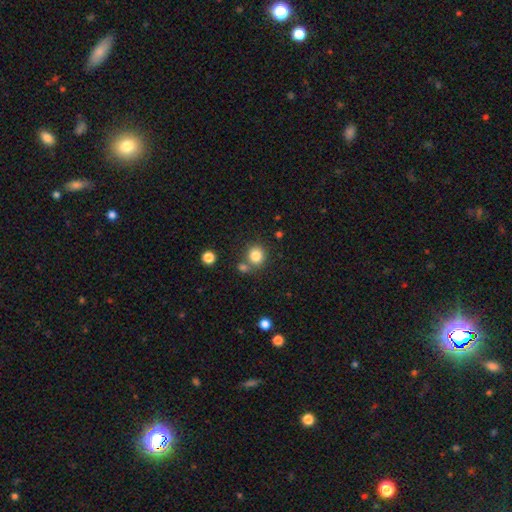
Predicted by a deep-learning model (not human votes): Smooth or featured?
  - smooth: 83% *
  - star or artifact: 11%
  - featured or disk: 6%
How rounded?
  - round: 85% *
  - in between: 14%
  - cigar-shaped: 1%
Merging?
  - none: 70% *
  - merger: 18%
  - minor disturbance: 9%
  - major disturbance: 3%